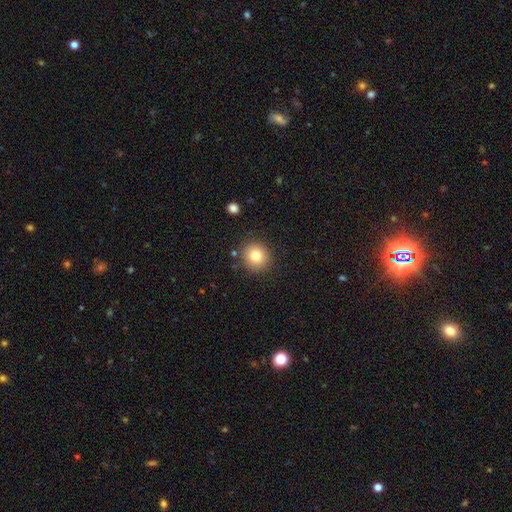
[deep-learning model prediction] smooth_or_featured: smooth (p=0.81) [alt: star or artifact p=0.11]
how_rounded: round (p=0.89) [alt: in between p=0.10]
merging: none (p=0.87) [alt: minor disturbance p=0.08]